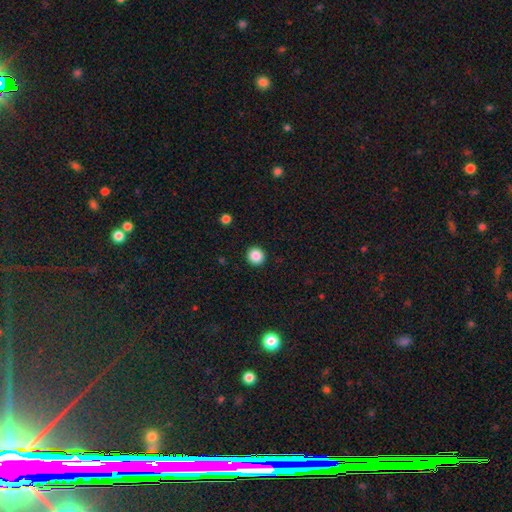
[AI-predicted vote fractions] Smooth or featured?
  - smooth: 87% *
  - star or artifact: 10%
  - featured or disk: 3%
How rounded?
  - round: 94% *
  - in between: 5%
  - cigar-shaped: 1%
Merging?
  - none: 93% *
  - minor disturbance: 4%
  - major disturbance: 2%
  - merger: 1%